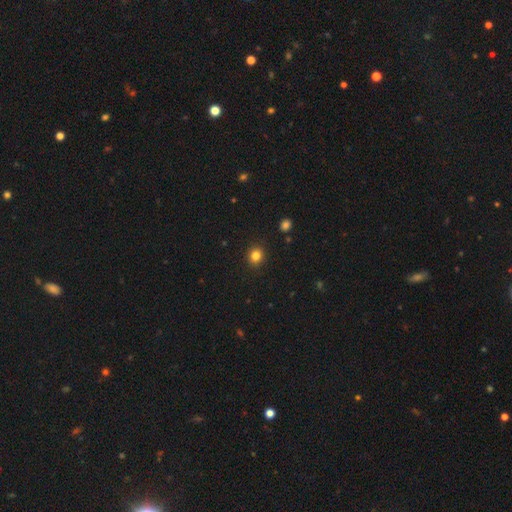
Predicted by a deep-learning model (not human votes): Smooth or featured: smooth — 83% (star or artifact — 12%)
How rounded: round — 79% (in between — 20%)
Merging: none — 91% (minor disturbance — 6%)